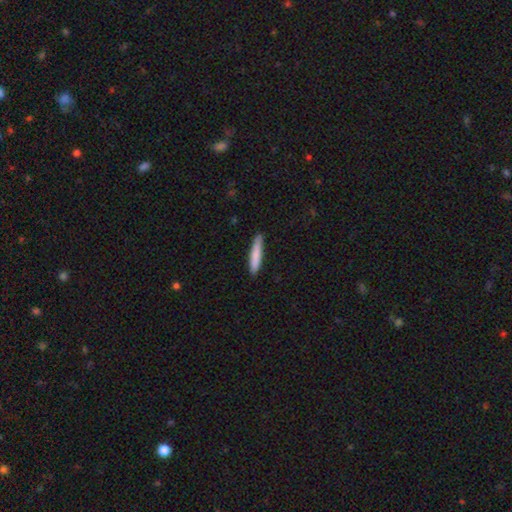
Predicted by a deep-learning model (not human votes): This appears to be a smooth galaxy with no disk features (81%) that is cigar-shaped (91%). Merging: none (85%).